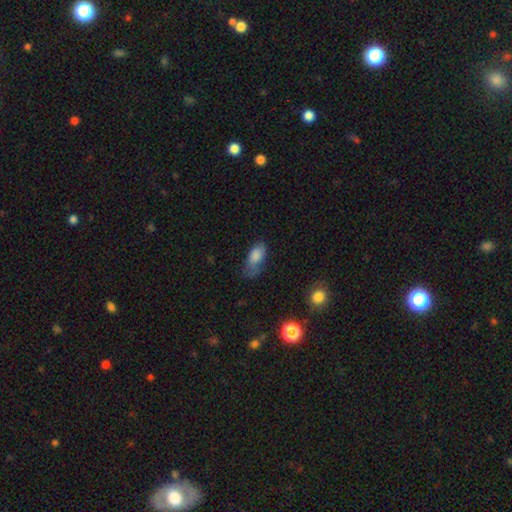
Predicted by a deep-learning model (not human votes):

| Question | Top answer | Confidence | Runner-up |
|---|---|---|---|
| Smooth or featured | smooth | 78% | featured or disk (13%) |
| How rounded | in between | 88% | cigar-shaped (7%) |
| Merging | none | 44% | minor disturbance (34%) |